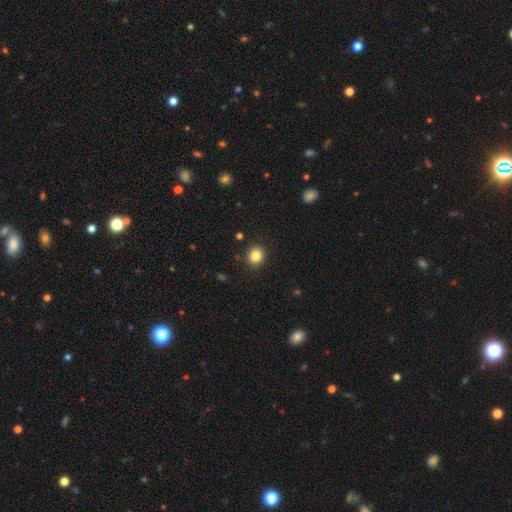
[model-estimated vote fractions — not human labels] Smooth or featured?
  - smooth: 84% *
  - star or artifact: 11%
  - featured or disk: 5%
How rounded?
  - round: 80% *
  - in between: 19%
  - cigar-shaped: 1%
Merging?
  - none: 91% *
  - minor disturbance: 6%
  - major disturbance: 2%
  - merger: 1%